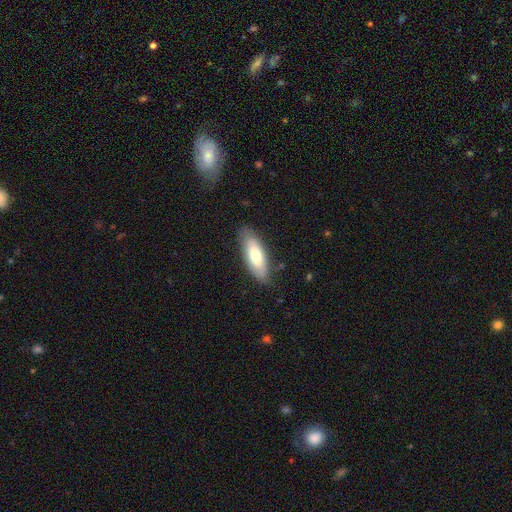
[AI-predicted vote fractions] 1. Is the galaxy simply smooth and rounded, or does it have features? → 70% smooth, 24% featured or disk, 6% star or artifact.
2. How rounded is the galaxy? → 71% in between, 27% cigar-shaped, 2% round.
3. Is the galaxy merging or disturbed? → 81% none, 15% minor disturbance, 3% major disturbance, 1% merger.